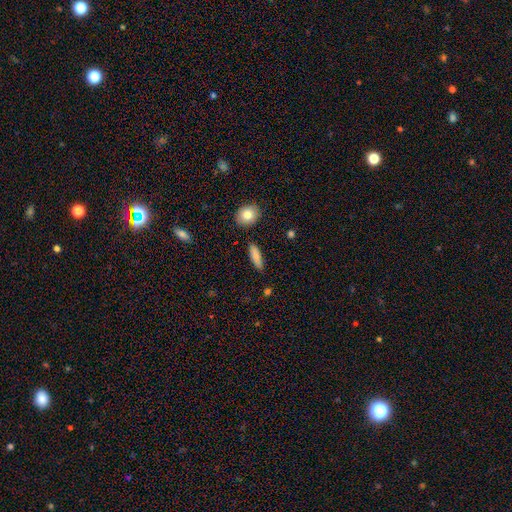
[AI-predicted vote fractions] Morphology: type=smooth (84%); roundness=cigar-shaped (51%); merging=none (85%).